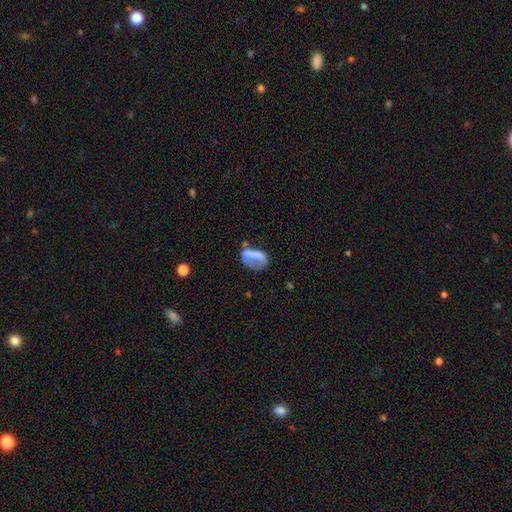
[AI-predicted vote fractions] smooth_or_featured: smooth (p=0.62) [alt: featured or disk p=0.28]
how_rounded: in between (p=0.77) [alt: round p=0.17]
merging: major disturbance (p=0.32) [tied with: none p=0.32]